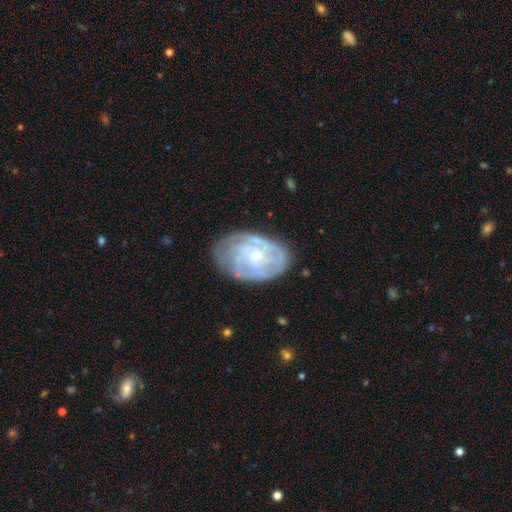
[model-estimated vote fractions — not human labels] Smooth or featured? Predicted: featured or disk (p=0.73). Edge-on disk? Predicted: no (p=0.97). Bar? Predicted: no (p=0.70). Spiral arms? Predicted: yes (p=0.81). Spiral winding? Predicted: tight (p=0.60). Spiral arm count? Predicted: can't tell (p=0.53). Bulge size? Predicted: small (p=0.56). Merging? Predicted: none (p=0.69).